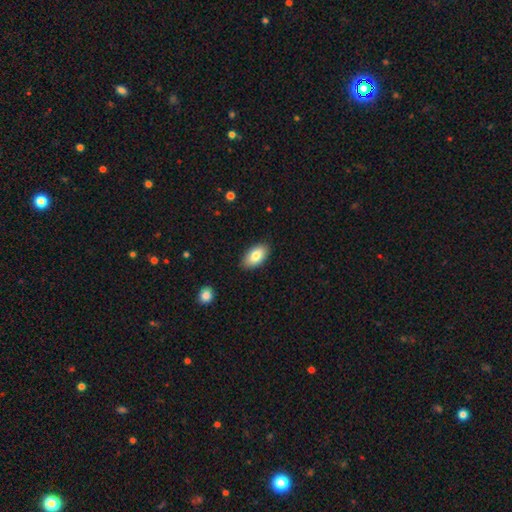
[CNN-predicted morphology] type=smooth (83%); roundness=in between (94%); merging=none (86%).